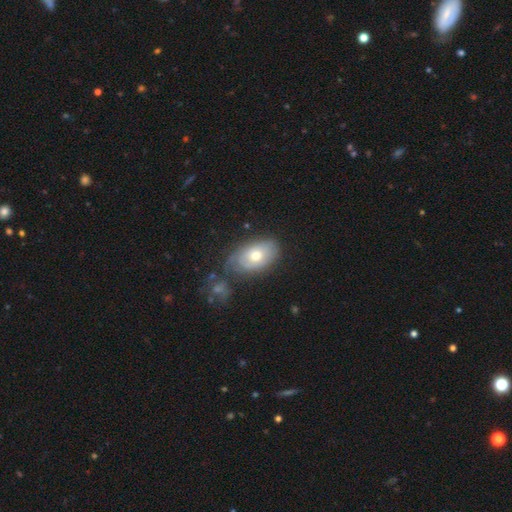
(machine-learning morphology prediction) Overall: smooth (63%; featured or disk 29%). How rounded: in between (88%). Merging: none (59%; minor disturbance 24%).